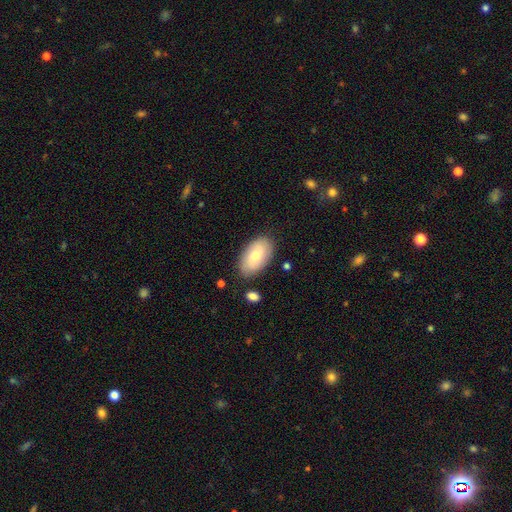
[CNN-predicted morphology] smooth-or-featured: smooth: 73% | featured or disk: 21% | star or artifact: 6%
  how-rounded: in between: 95% | round: 4% | cigar-shaped: 2%
  merging: none: 82% | minor disturbance: 13% | major disturbance: 3% | merger: 2%